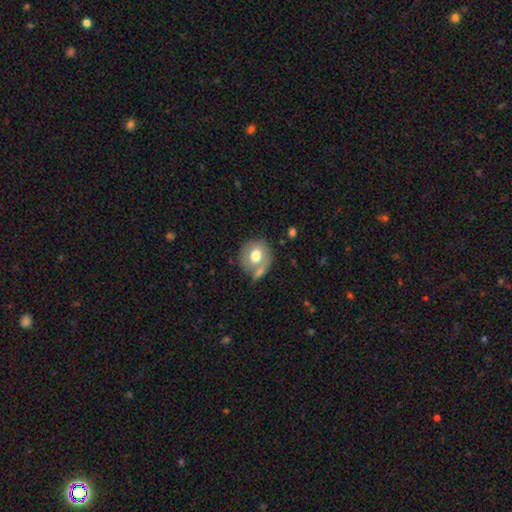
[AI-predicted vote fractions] Smooth or featured: smooth — 64% (featured or disk — 28%)
How rounded: round — 77% (in between — 22%)
Merging: none — 56% (merger — 20%)